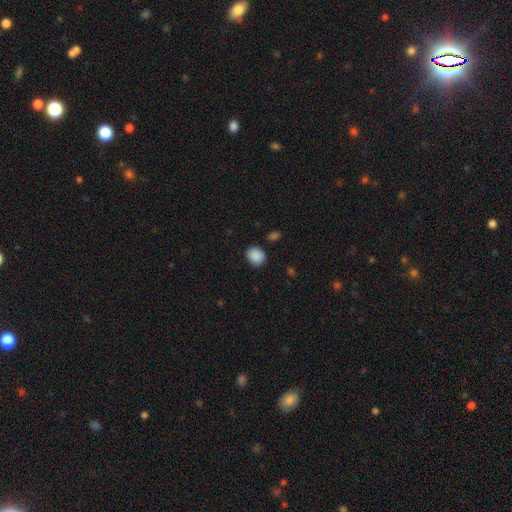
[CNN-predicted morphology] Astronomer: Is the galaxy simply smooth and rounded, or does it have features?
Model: smooth — 89%.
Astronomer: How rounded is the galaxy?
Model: round — 77%.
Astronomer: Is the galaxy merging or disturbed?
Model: none — 86%.